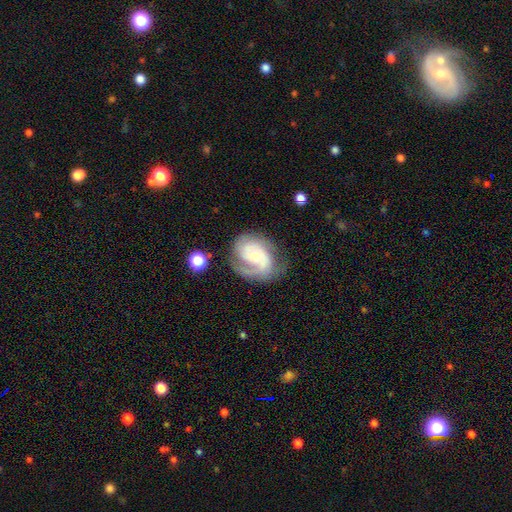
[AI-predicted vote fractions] A featured or disk galaxy (82%) with no bar (64%), 2 (52%) tight (46%) spiral arms (95%) and a small central bulge (55%).

Vote fractions:
- Smooth or featured? featured or disk: 82% / smooth: 12% / star or artifact: 6%
- Edge-on disk? no: 98% / yes: 2%
- Bar? no: 64% / weak: 30% / strong: 6%
- Spiral arms? yes: 95% / no: 5%
- Spiral winding? tight: 46% / medium: 41% / loose: 13%
- Spiral arm count? 2: 52% / 1: 18% / can't tell: 14% / 3: 11% / 4: 2% / more than 4: 2%
- Bulge size? small: 55% / moderate: 38% / large: 3% / none: 2% / dominant: 1%
- Merging? none: 65% / minor disturbance: 20% / major disturbance: 13% / merger: 2%